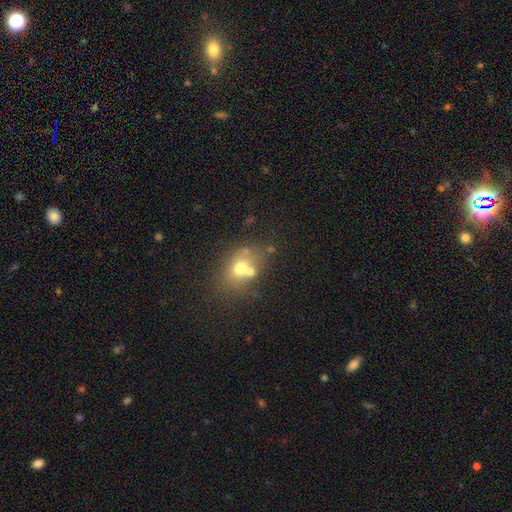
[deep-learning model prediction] Morphology: type=smooth (54%); roundness=round (58%); merging=none (52%).